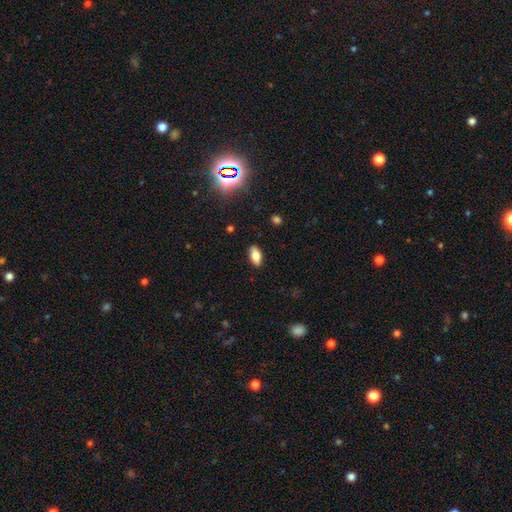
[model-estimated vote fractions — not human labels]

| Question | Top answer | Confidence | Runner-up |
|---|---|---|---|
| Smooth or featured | smooth | 73% | featured or disk (18%) |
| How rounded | in between | 86% | cigar-shaped (10%) |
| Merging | none | 88% | minor disturbance (9%) |